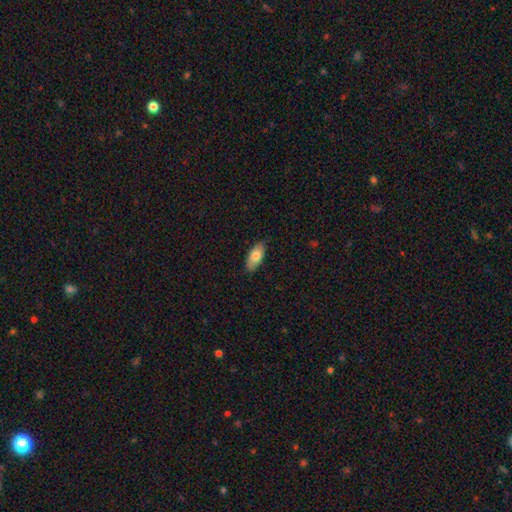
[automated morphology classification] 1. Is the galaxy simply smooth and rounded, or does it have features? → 77% smooth, 16% featured or disk, 6% star or artifact.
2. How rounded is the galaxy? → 88% in between, 9% cigar-shaped, 3% round.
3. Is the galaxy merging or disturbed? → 82% none, 15% minor disturbance, 2% major disturbance, 1% merger.